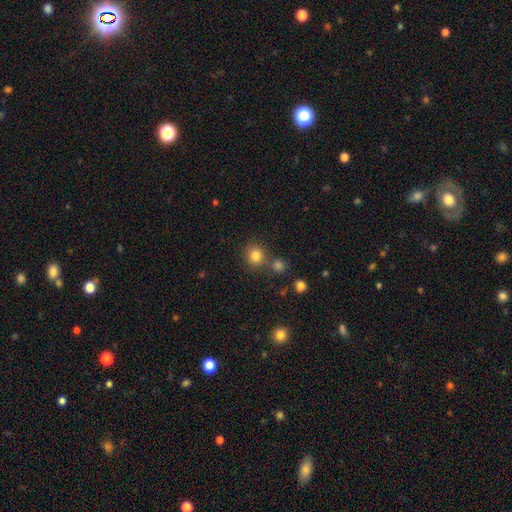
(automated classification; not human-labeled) The model was most divided on "merging": none: 71%, merger: 17%, minor disturbance: 9%, major disturbance: 3%. More confident: how rounded — round (87%); smooth or featured — smooth (82%).